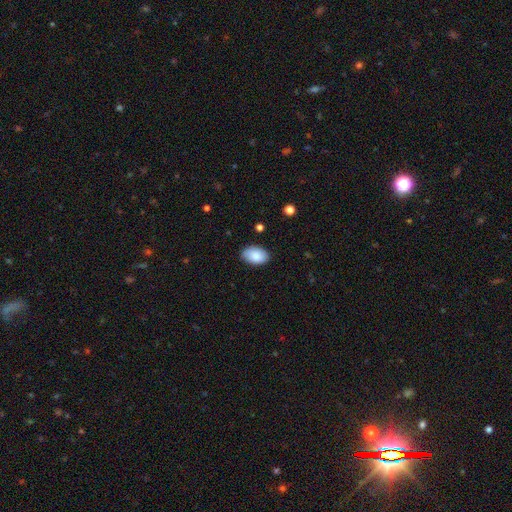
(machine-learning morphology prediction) smooth_or_featured: smooth (p=0.86) [alt: featured or disk p=0.07]
how_rounded: in between (p=0.91) [alt: round p=0.08]
merging: none (p=0.83) [alt: minor disturbance p=0.13]